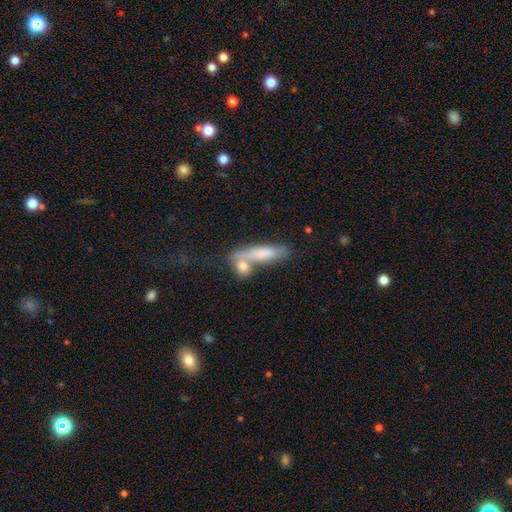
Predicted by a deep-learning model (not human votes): This is possibly a smooth galaxy (57%). How rounded: likely cigar-shaped (67%). Merging: marginally merger (41%).